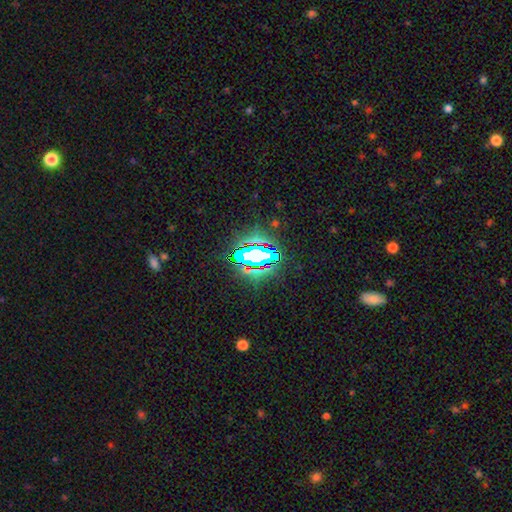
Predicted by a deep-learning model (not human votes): smooth_or_featured: star or artifact (p=0.68) [alt: smooth p=0.19]